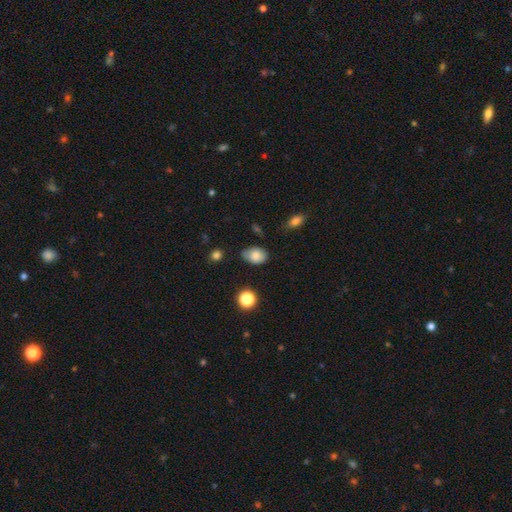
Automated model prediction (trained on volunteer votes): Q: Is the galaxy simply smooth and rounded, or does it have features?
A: smooth — 81%.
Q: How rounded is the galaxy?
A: in between — 82%.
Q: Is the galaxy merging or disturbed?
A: none — 63%.